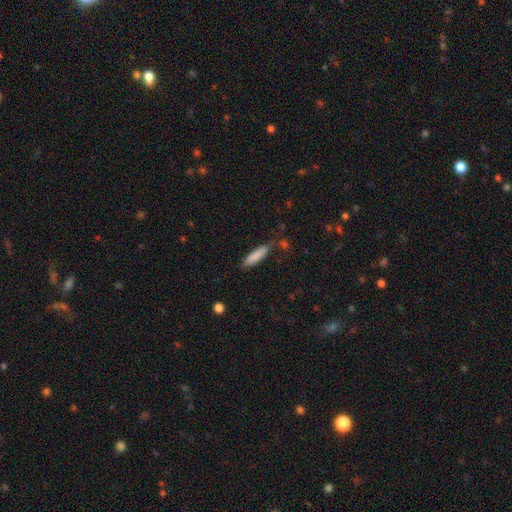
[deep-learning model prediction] This appears to be a smooth galaxy with no disk features (84%) that is cigar-shaped (74%). Merging: none (72%).